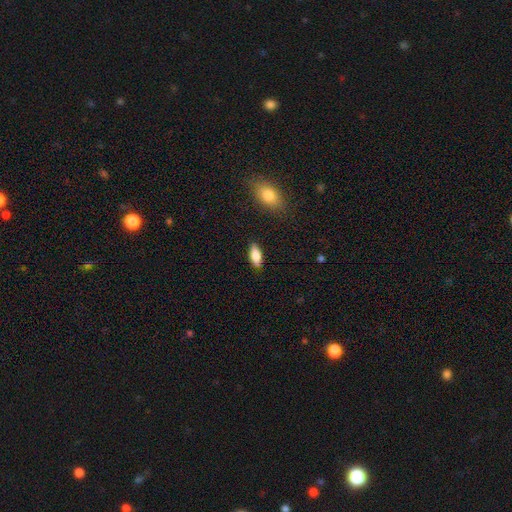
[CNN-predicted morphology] This is likely a smooth galaxy (77%). How rounded: likely in between (77%). Merging: clearly none (86%).